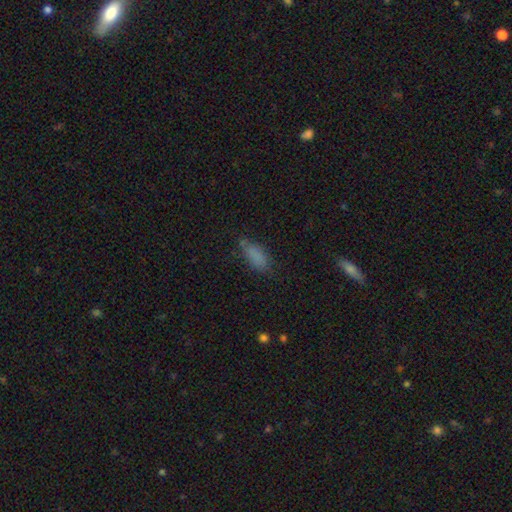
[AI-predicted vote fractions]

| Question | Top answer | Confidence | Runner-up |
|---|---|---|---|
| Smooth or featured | smooth | 80% | star or artifact (12%) |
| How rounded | in between | 79% | cigar-shaped (18%) |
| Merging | none | 62% | minor disturbance (24%) |